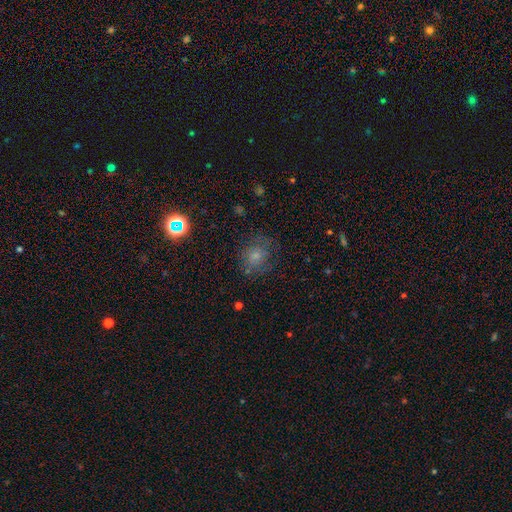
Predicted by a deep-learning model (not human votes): A smooth galaxy with no disk features (64%) that is round (78%). Merging: none (68%).